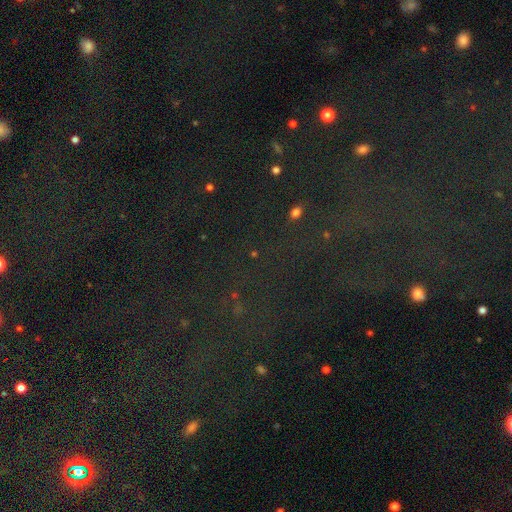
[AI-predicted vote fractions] A star or artifact, not a galaxy (77%).

Vote fractions:
- Smooth or featured? star or artifact: 77% / smooth: 13% / featured or disk: 9%